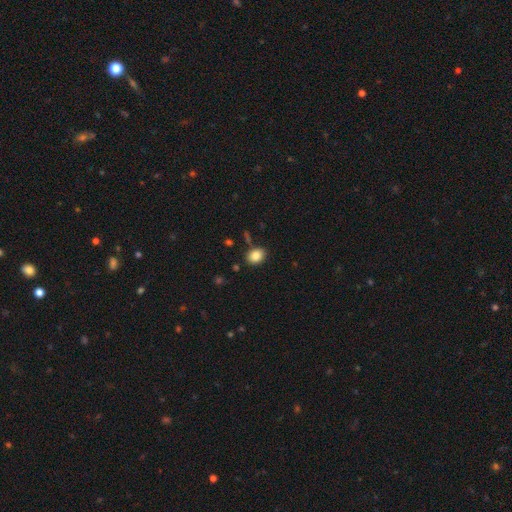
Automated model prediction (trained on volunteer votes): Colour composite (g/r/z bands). It shows a smooth galaxy with no disk features (86%) that is in between round and cigar-shaped (58%). Merging: none (82%).